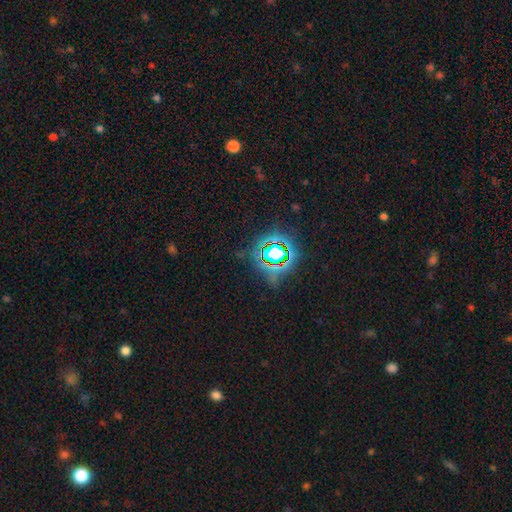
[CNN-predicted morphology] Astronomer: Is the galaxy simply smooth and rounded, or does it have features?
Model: star or artifact — 81%.